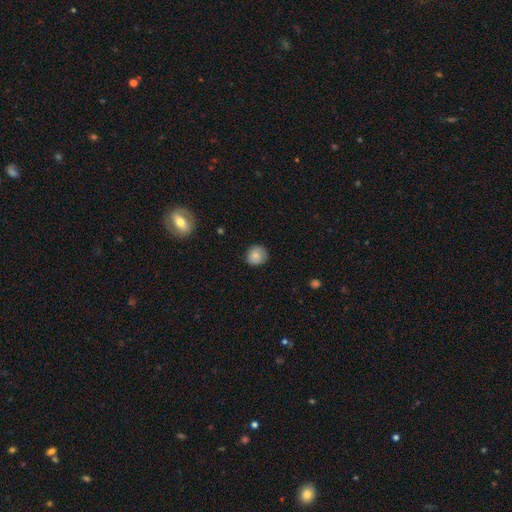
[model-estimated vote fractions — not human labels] Q: Smooth or featured?
A: smooth (81%); runner-up: featured or disk (11%)
Q: How rounded?
A: round (88%); runner-up: in between (11%)
Q: Merging?
A: none (82%); runner-up: minor disturbance (14%)